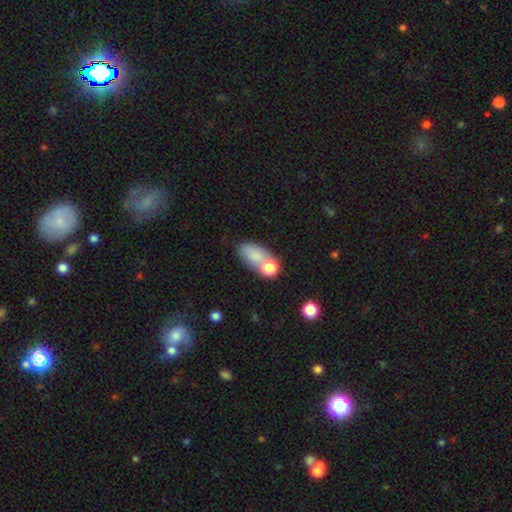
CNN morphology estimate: Smooth or featured?
  - smooth: 77% *
  - featured or disk: 14%
  - star or artifact: 9%
How rounded?
  - in between: 84% *
  - round: 12%
  - cigar-shaped: 4%
Merging?
  - merger: 43% *
  - none: 34%
  - minor disturbance: 14%
  - major disturbance: 9%